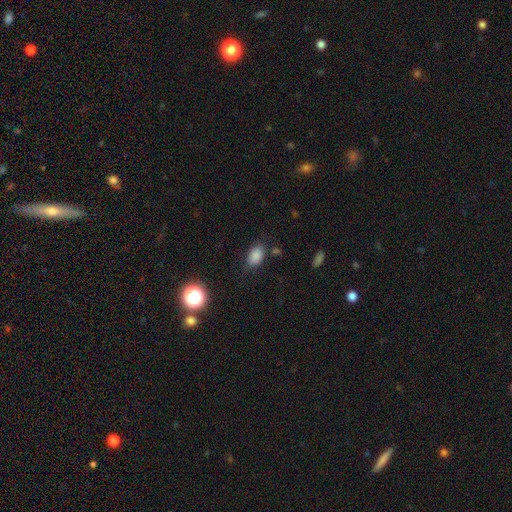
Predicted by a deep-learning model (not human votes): Q: Smooth or featured?
A: smooth (83%); runner-up: star or artifact (12%)
Q: How rounded?
A: in between (85%); runner-up: round (13%)
Q: Merging?
A: none (78%); runner-up: minor disturbance (16%)